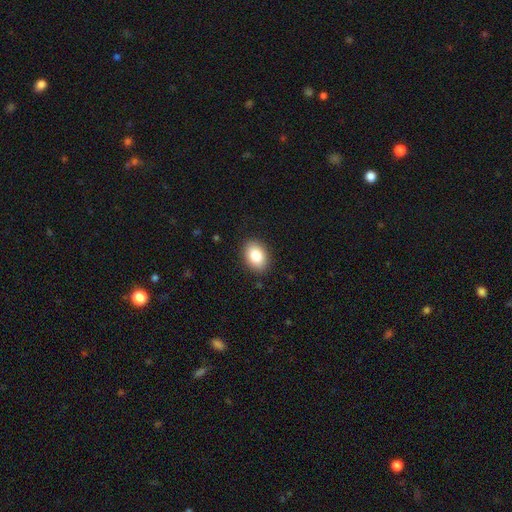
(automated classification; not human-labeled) Morphology: type=smooth (85%); roundness=in between (80%); merging=none (88%).